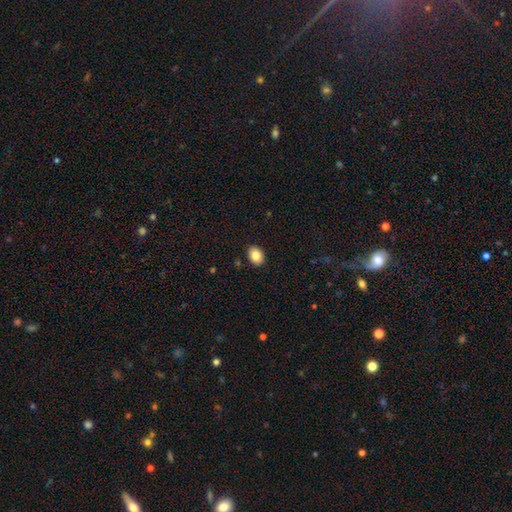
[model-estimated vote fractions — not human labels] Smooth or featured?
  - smooth: 83% *
  - star or artifact: 8%
  - featured or disk: 8%
How rounded?
  - in between: 68% *
  - round: 31%
  - cigar-shaped: 1%
Merging?
  - none: 89% *
  - minor disturbance: 8%
  - major disturbance: 2%
  - merger: 1%